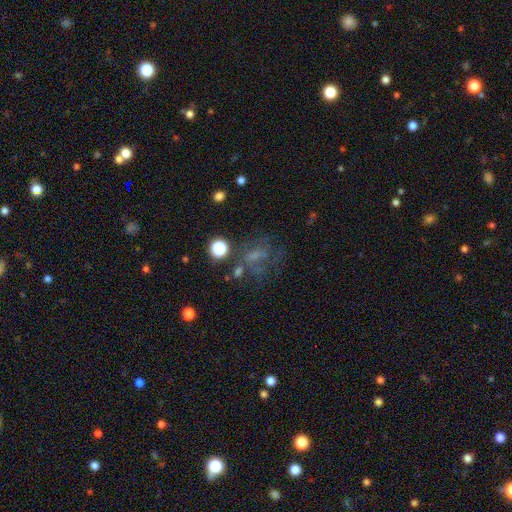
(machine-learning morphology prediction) Q: Smooth or featured?
A: smooth (44%); runner-up: featured or disk (31%)
Q: Merging?
A: none (43%); runner-up: major disturbance (28%)